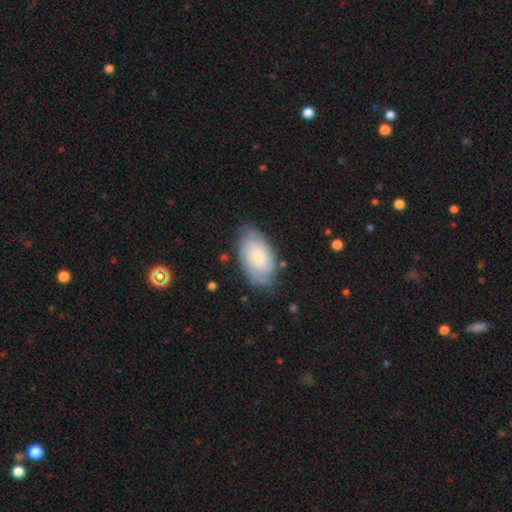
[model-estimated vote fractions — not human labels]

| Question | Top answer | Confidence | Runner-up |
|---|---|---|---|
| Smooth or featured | featured or disk | 56% | smooth (37%) |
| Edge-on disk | no | 94% | yes (6%) |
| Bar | no | 77% | weak (20%) |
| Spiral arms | yes | 86% | no (14%) |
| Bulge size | small | 59% | moderate (30%) |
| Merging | none | 71% | minor disturbance (22%) |